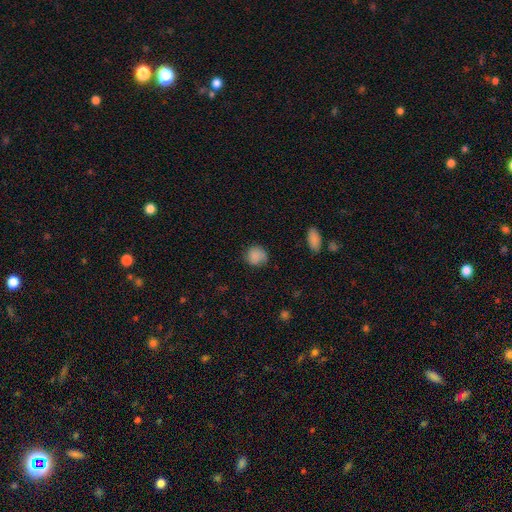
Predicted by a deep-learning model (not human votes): smooth 84%, star or artifact 9%, featured or disk 7%. Down the decision tree: how rounded — round (84%); merging — none (72%).